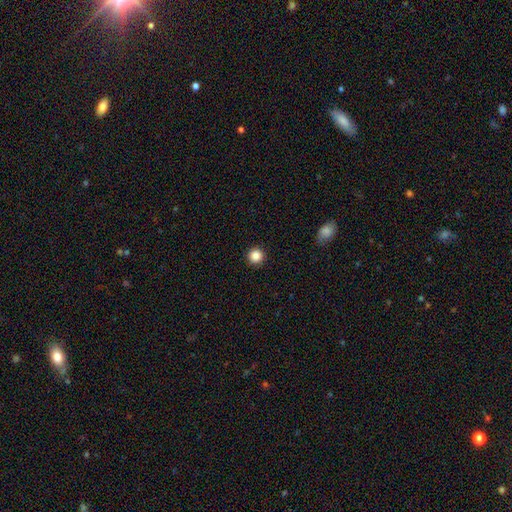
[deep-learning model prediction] A smooth galaxy with no disk features (86%) that is round (96%). Merging: none (93%).